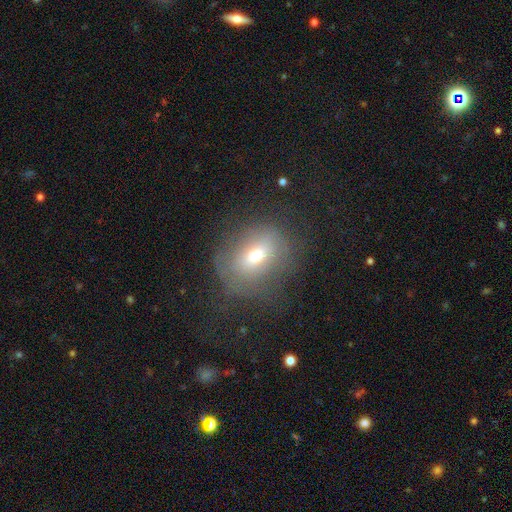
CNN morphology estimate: A smooth galaxy with no disk features (59%) that is round (53%). Merging: none (59%).